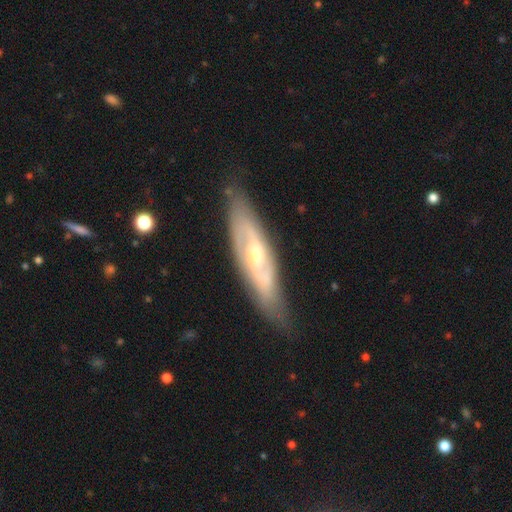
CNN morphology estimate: Overall: featured or disk (75%). Edge-on disk: no (73%). Bar: no (43%, tied with weak). Spiral arms: yes (81%). Bulge size: moderate (57%; small 31%). Merging: none (76%).